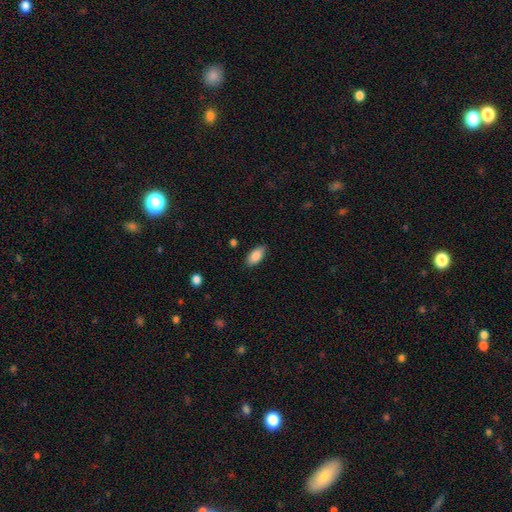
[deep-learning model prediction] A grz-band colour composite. It shows a smooth galaxy with no disk features (85%) that is in between round and cigar-shaped (90%). Merging: none (85%).